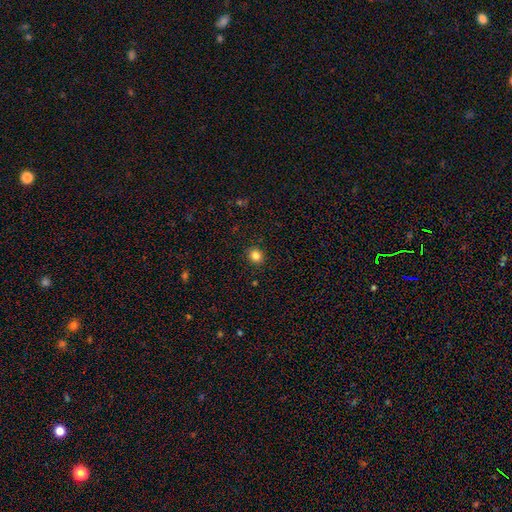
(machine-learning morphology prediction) The model was most divided on "how rounded": round: 80%, in between: 19%, cigar-shaped: 1%. More confident: merging — none (91%); smooth or featured — smooth (83%).